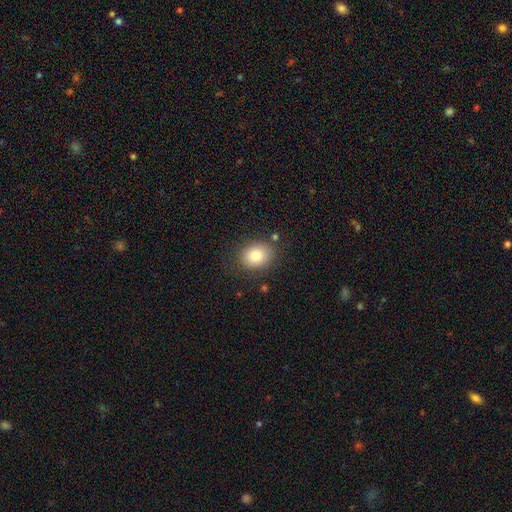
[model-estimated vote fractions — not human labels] A smooth galaxy with no disk features (82%) that is in between round and cigar-shaped (50%).

Vote fractions:
- Smooth or featured? smooth: 82% / star or artifact: 9% / featured or disk: 9%
- How rounded? in between: 50% / round: 49% / cigar-shaped: 1%
- Merging? none: 80% / minor disturbance: 13% / major disturbance: 4% / merger: 3%